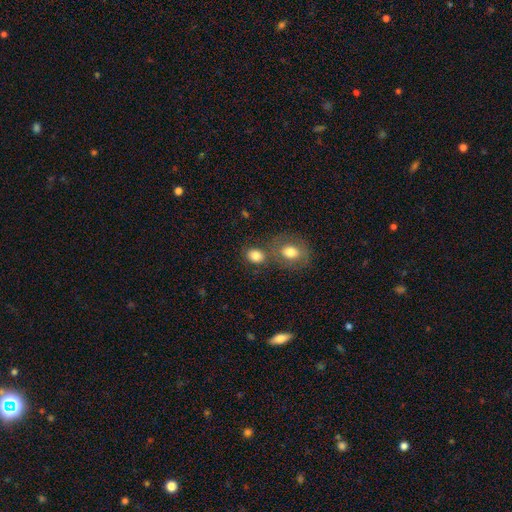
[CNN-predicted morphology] smooth 81%, featured or disk 9%, star or artifact 9%. Down the decision tree: how rounded — round (50%); merging — none (55%).